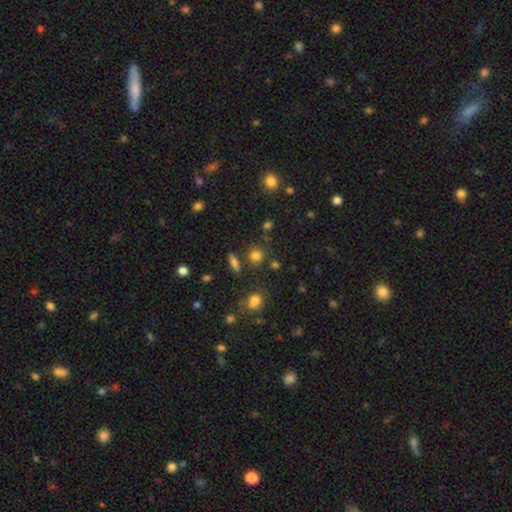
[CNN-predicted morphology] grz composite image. It shows a smooth galaxy with no disk features (76%) that is round (85%). Merging: none (77%).